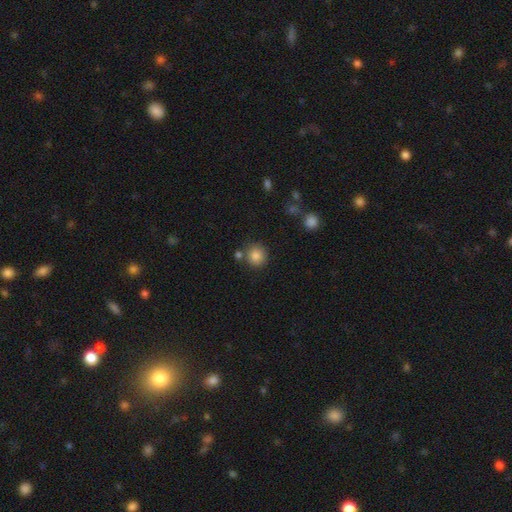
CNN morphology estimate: Q: Smooth or featured?
A: smooth (86%); runner-up: star or artifact (10%)
Q: How rounded?
A: round (90%); runner-up: in between (9%)
Q: Merging?
A: none (78%); runner-up: merger (10%)